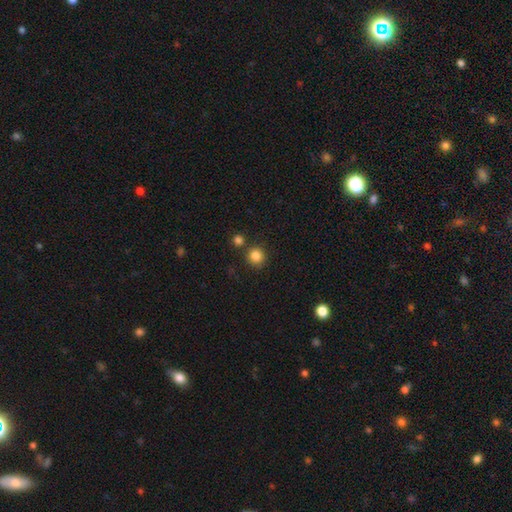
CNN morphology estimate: The model was most divided on "merging": none: 80%, merger: 9%, minor disturbance: 8%, major disturbance: 3%. More confident: how rounded — round (93%); smooth or featured — smooth (84%).